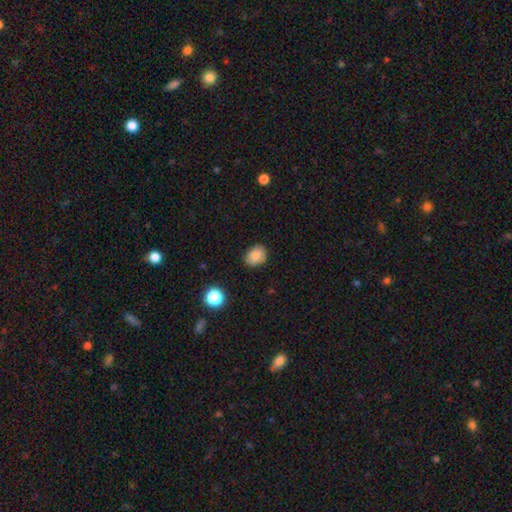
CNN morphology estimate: The model was most divided on "how rounded": in between: 59%, round: 40%, cigar-shaped: 1%. More confident: smooth or featured — smooth (85%); merging — none (82%).